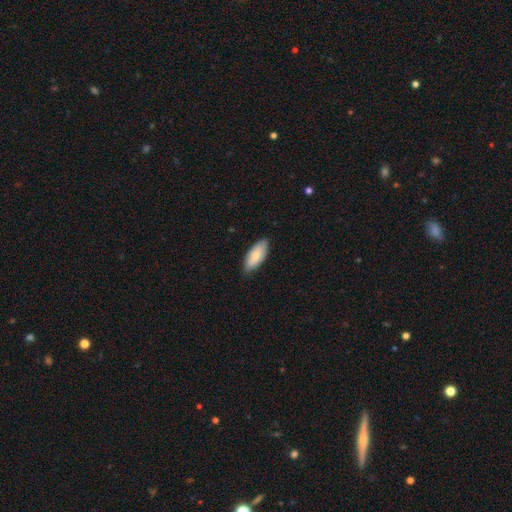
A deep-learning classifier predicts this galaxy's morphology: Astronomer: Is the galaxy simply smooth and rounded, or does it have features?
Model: smooth — 79%.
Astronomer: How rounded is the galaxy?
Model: in between — 82%.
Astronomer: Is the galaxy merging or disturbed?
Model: none — 83%.